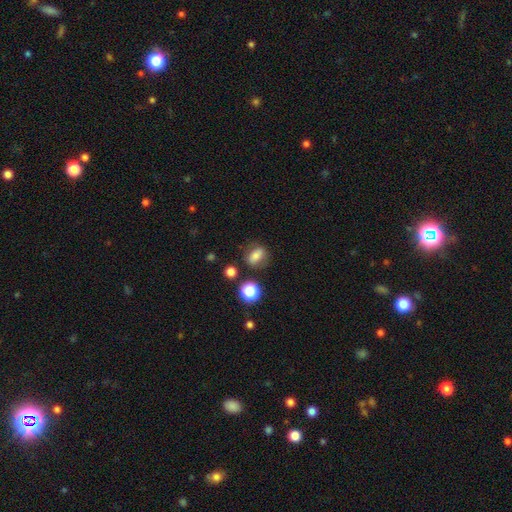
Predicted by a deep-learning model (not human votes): smooth 72%, featured or disk 14%, star or artifact 13%. Down the decision tree: how rounded — in between (66%); merging — none (75%).